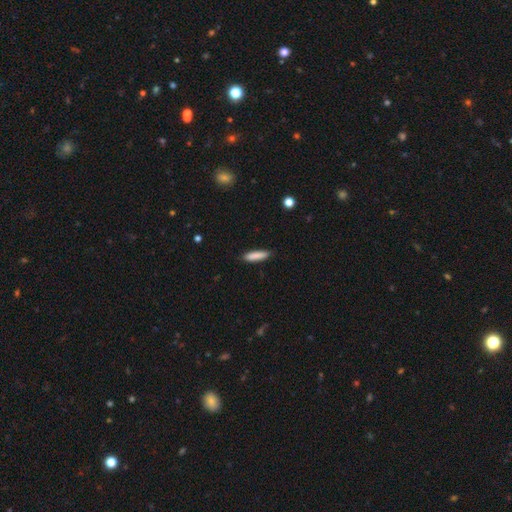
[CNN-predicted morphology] This is clearly a smooth galaxy (86%). How rounded: likely cigar-shaped (76%). Merging: clearly none (87%).